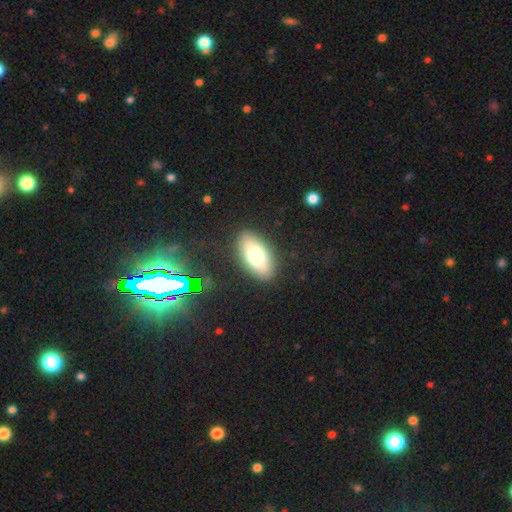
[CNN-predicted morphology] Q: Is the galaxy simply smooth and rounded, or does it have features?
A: smooth — 72%.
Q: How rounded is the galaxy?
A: in between — 90%.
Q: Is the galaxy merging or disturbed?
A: none — 88%.